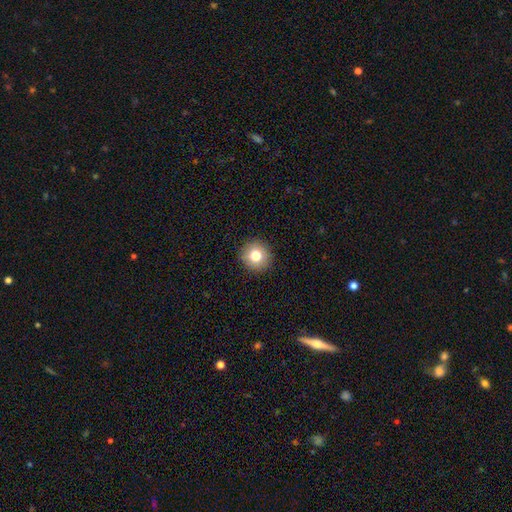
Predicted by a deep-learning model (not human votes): Overall: smooth (79%). How rounded: round (94%). Merging: none (92%).